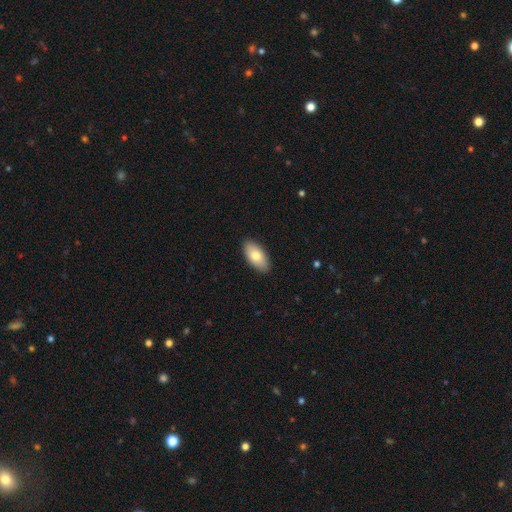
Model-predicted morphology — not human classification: This is likely a smooth galaxy (79%). How rounded: clearly in between (93%). Merging: clearly none (90%).